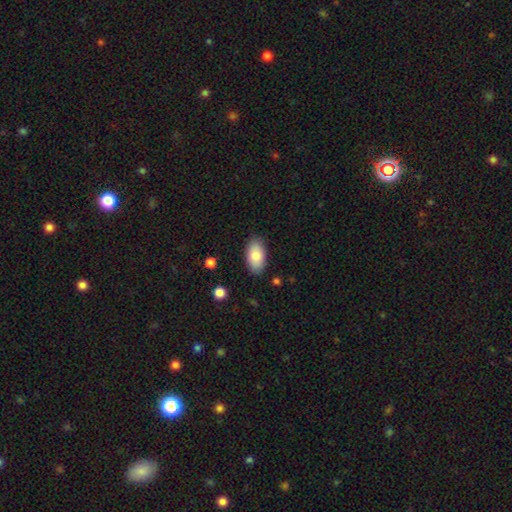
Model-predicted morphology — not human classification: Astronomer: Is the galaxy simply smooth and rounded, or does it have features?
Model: smooth — 83%.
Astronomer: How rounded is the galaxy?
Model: in between — 95%.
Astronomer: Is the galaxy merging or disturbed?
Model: none — 87%.